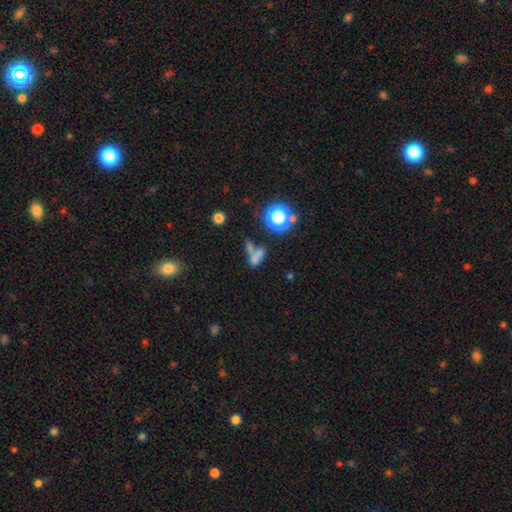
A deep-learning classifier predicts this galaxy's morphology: Q: Smooth or featured?
A: smooth (59%); runner-up: star or artifact (23%)
Q: How rounded?
A: in between (56%); runner-up: round (31%)
Q: Merging?
A: merger (47%); runner-up: none (30%)